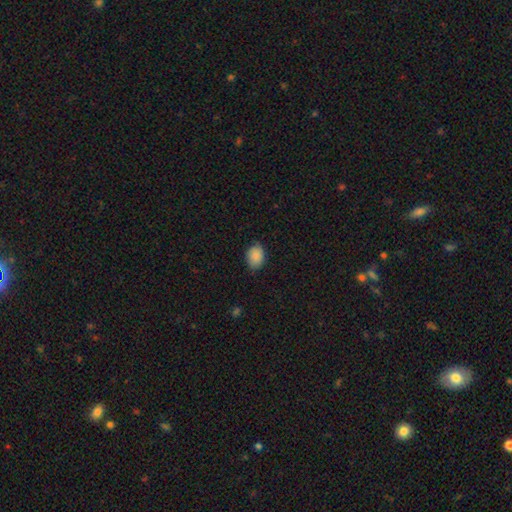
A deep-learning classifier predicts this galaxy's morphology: smooth-or-featured: smooth: 88% | star or artifact: 7% | featured or disk: 4%
  how-rounded: in between: 70% | round: 29% | cigar-shaped: 1%
  merging: none: 81% | minor disturbance: 16% | major disturbance: 3% | merger: 1%